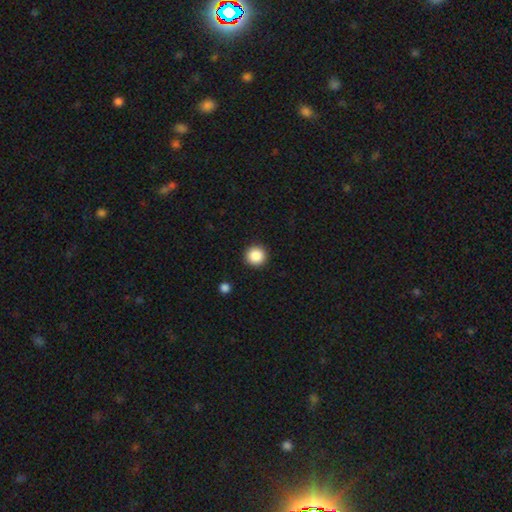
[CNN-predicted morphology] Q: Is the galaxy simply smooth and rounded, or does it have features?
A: smooth — 87%.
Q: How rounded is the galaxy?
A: round — 96%.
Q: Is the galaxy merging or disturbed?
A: none — 92%.